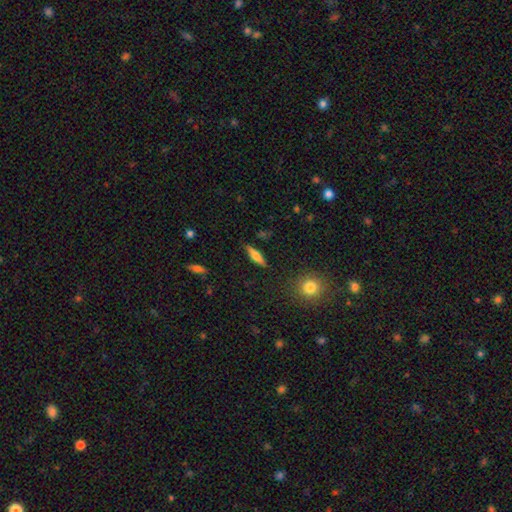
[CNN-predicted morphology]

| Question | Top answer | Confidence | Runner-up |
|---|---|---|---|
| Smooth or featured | smooth | 49% | featured or disk (43%) |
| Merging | none | 86% | minor disturbance (10%) |